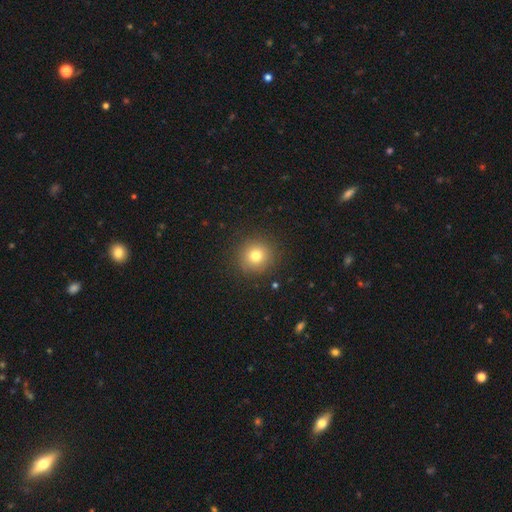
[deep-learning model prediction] Smooth or featured?
  - smooth: 77% *
  - star or artifact: 13%
  - featured or disk: 9%
How rounded?
  - round: 93% *
  - in between: 6%
  - cigar-shaped: 1%
Merging?
  - none: 90% *
  - minor disturbance: 6%
  - major disturbance: 3%
  - merger: 1%